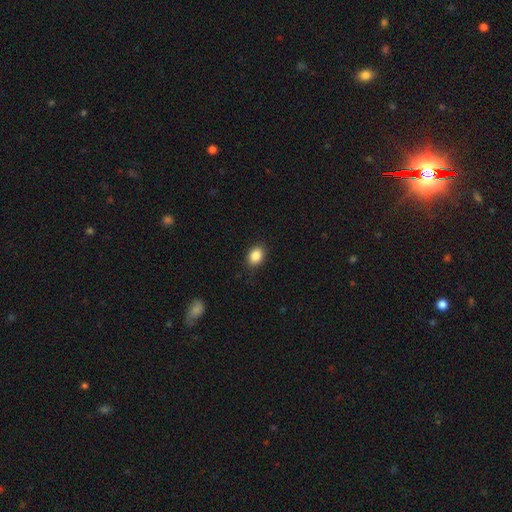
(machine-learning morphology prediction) A smooth galaxy with no disk features (87%) that is in between round and cigar-shaped (71%).

Vote fractions:
- Smooth or featured? smooth: 87% / star or artifact: 9% / featured or disk: 4%
- How rounded? in between: 71% / round: 27% / cigar-shaped: 1%
- Merging? none: 86% / minor disturbance: 10% / major disturbance: 2% / merger: 1%